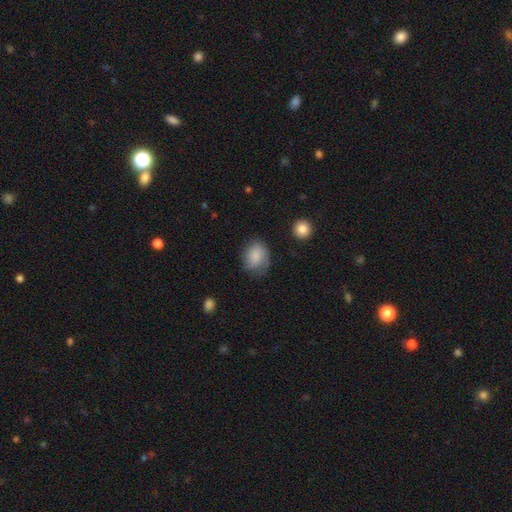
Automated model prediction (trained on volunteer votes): This appears to be a smooth galaxy with no disk features (78%) that is in between round and cigar-shaped (57%). Merging: none (59%).